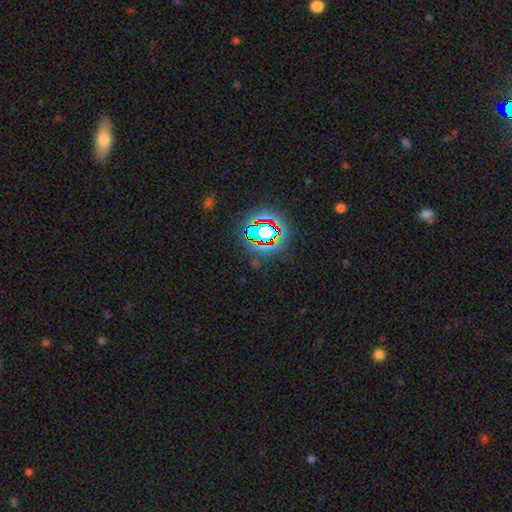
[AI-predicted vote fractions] Smooth or featured? Predicted: star or artifact (p=0.76).